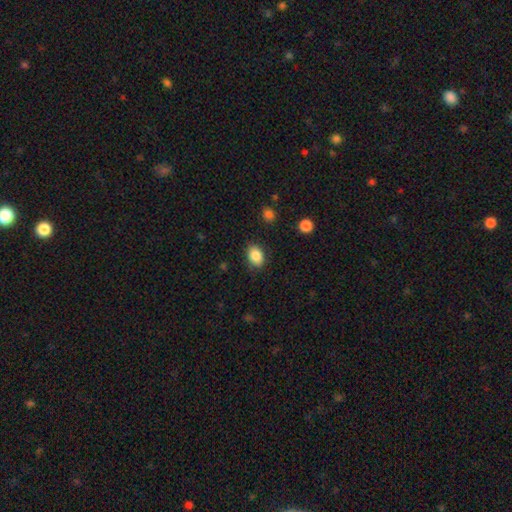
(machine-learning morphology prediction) smooth_or_featured: smooth (p=0.87) [alt: star or artifact p=0.08]
how_rounded: in between (p=0.79) [alt: round p=0.20]
merging: none (p=0.85) [alt: minor disturbance p=0.11]